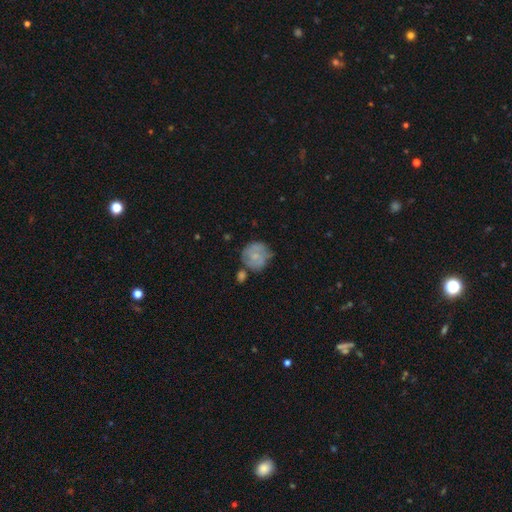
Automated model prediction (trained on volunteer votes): This is likely a smooth galaxy (60%). How rounded: clearly round (86%). Merging: possibly none (53%).